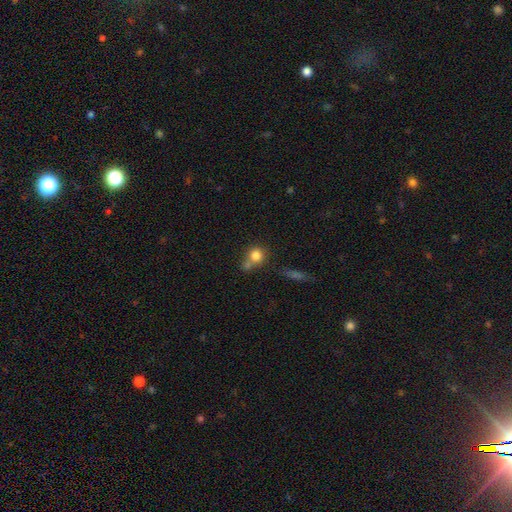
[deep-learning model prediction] smooth 79%, star or artifact 11%, featured or disk 10%. Down the decision tree: how rounded — round (84%); merging — none (47%).